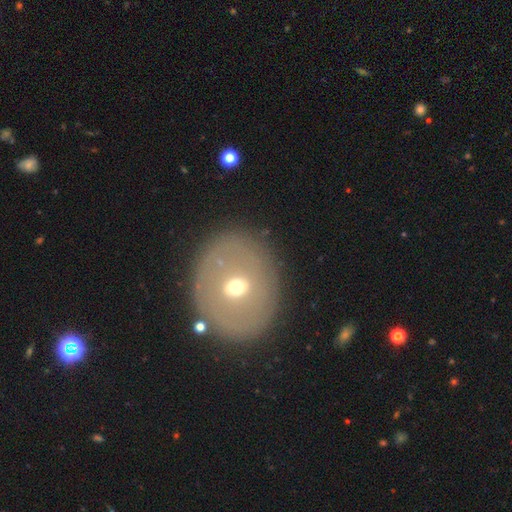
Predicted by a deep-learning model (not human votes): smooth 47%, featured or disk 42%, star or artifact 12%. Down the decision tree: merging — none (82%).